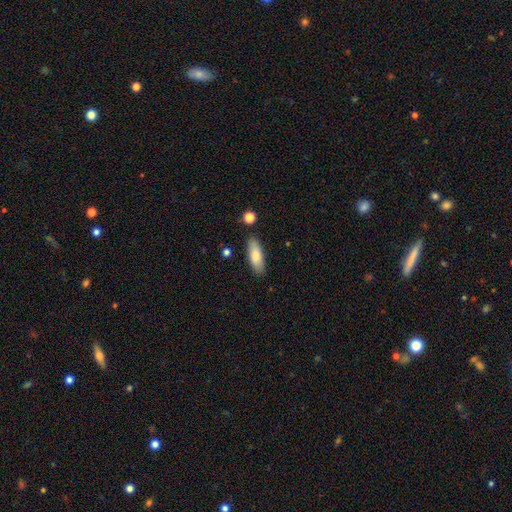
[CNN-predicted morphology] A smooth galaxy with no disk features (80%) that is in between round and cigar-shaped (68%). Merging: none (85%).